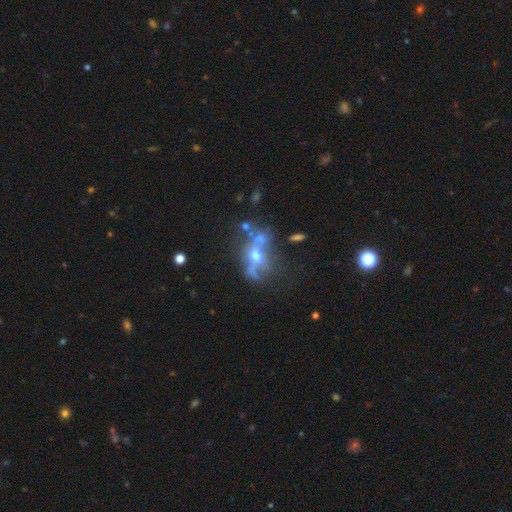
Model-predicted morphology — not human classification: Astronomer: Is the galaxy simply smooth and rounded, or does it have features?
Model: featured or disk — 58%.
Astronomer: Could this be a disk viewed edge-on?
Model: no — 85%.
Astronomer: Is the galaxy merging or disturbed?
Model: none — 40% (runner-up: major disturbance, 22%).